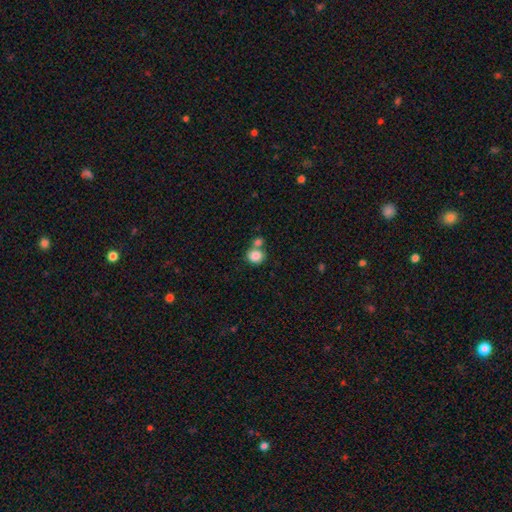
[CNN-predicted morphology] smooth 84%, star or artifact 9%, featured or disk 7%. Down the decision tree: how rounded — round (70%); merging — none (48%).